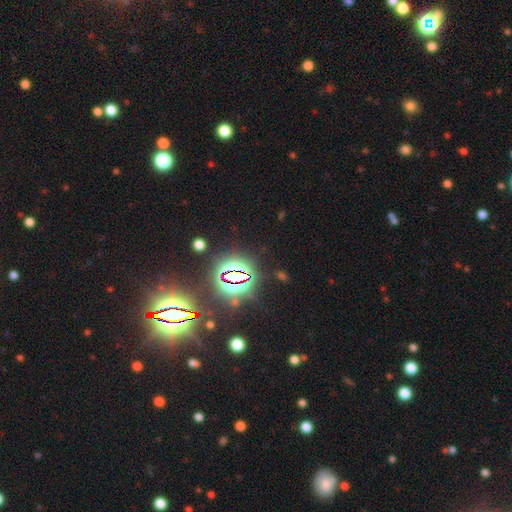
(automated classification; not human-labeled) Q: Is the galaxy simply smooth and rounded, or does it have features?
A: star or artifact — 84%.